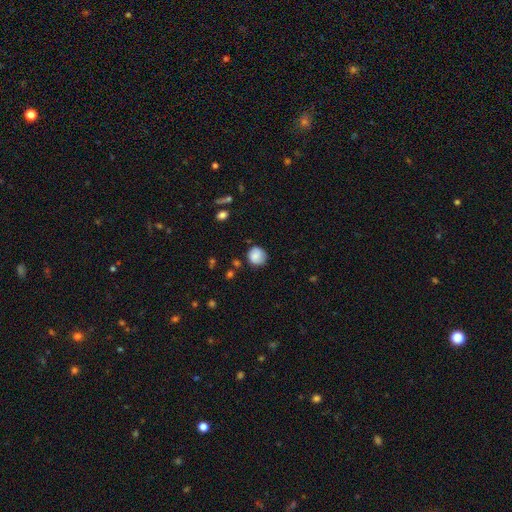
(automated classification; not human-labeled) This is clearly a smooth galaxy (81%). How rounded: clearly round (86%). Merging: likely none (74%).